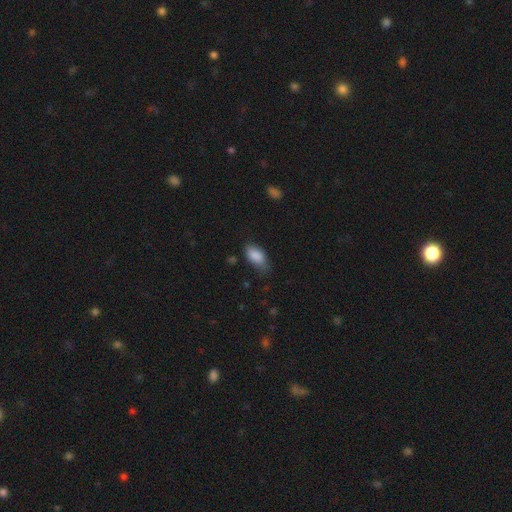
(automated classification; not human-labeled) smooth-or-featured: smooth: 87% | star or artifact: 7% | featured or disk: 6%
  how-rounded: in between: 91% | cigar-shaped: 4% | round: 4%
  merging: none: 59% | minor disturbance: 31% | major disturbance: 8% | merger: 2%